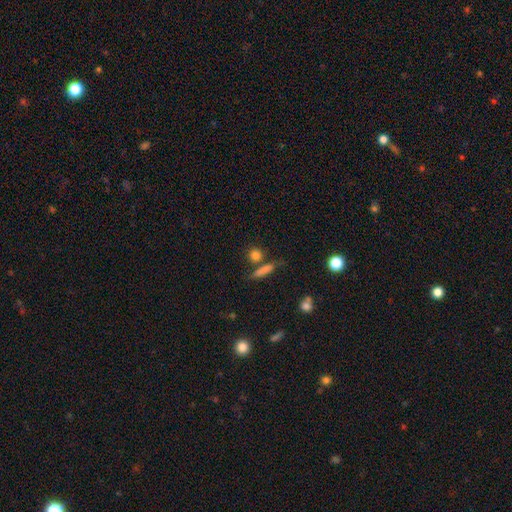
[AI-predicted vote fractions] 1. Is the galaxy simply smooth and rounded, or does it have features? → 81% smooth, 11% star or artifact, 8% featured or disk.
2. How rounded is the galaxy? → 71% round, 16% in between, 12% cigar-shaped.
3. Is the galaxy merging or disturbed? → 68% none, 17% merger, 10% minor disturbance, 4% major disturbance.